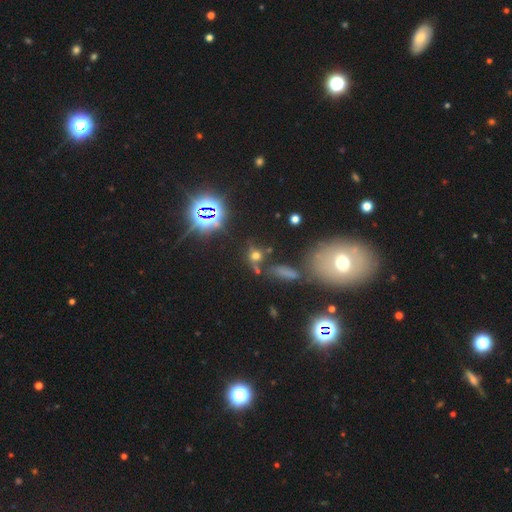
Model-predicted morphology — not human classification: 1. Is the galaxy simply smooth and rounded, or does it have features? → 48% smooth, 38% star or artifact, 15% featured or disk.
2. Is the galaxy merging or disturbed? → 64% none, 16% merger, 12% minor disturbance, 8% major disturbance.